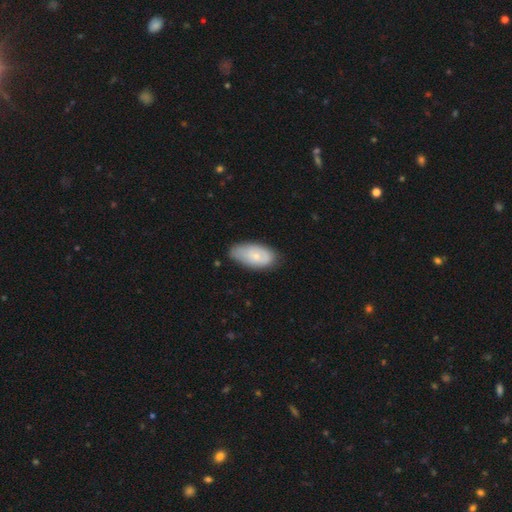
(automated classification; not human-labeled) Smooth or featured? Predicted: smooth (p=0.65). How rounded? Predicted: in between (p=0.92). Merging? Predicted: none (p=0.65).